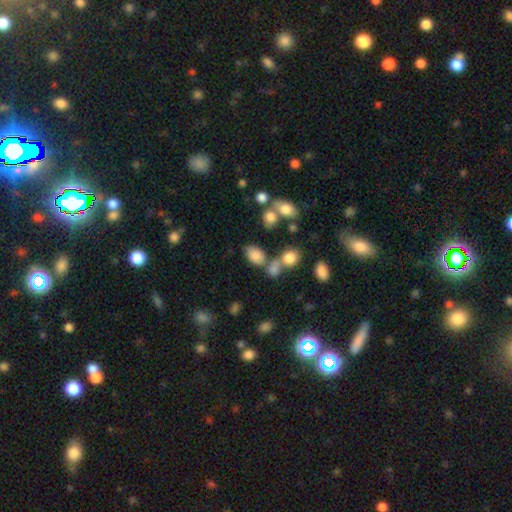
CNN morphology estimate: Smooth or featured?
  - smooth: 80% *
  - star or artifact: 11%
  - featured or disk: 9%
How rounded?
  - in between: 84% *
  - round: 14%
  - cigar-shaped: 2%
Merging?
  - none: 51% *
  - merger: 28%
  - minor disturbance: 14%
  - major disturbance: 7%